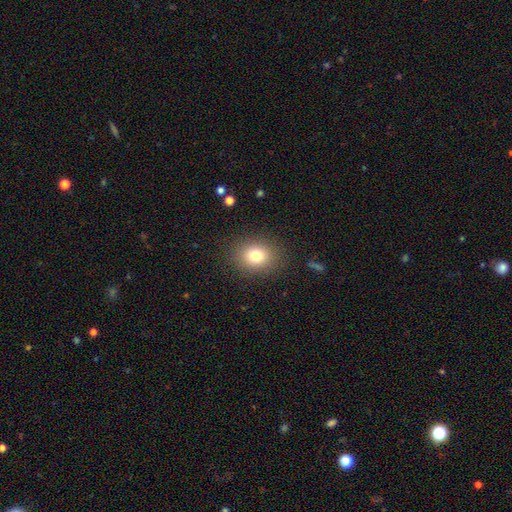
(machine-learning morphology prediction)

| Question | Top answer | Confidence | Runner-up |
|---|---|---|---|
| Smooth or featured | smooth | 79% | star or artifact (12%) |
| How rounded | round | 56% | in between (43%) |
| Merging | none | 87% | minor disturbance (9%) |